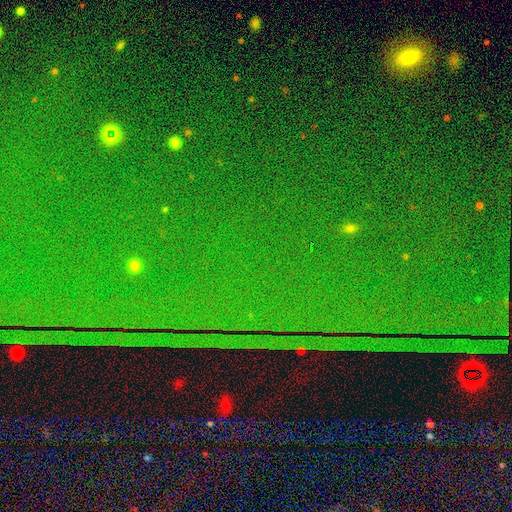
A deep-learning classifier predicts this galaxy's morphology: Smooth or featured: star or artifact — 85% (smooth — 8%)